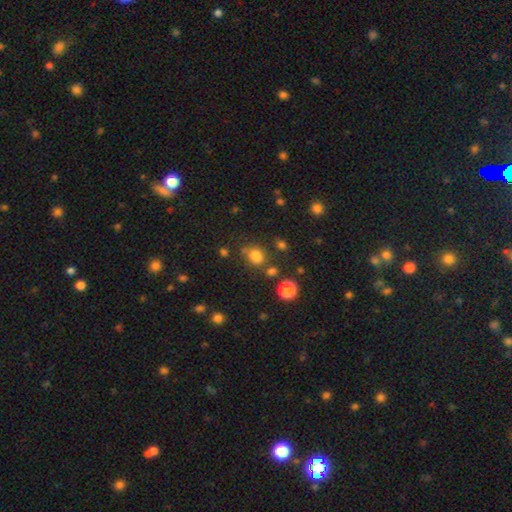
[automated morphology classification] A smooth galaxy with no disk features (77%) that is in between round and cigar-shaped (53%).

Vote fractions:
- Smooth or featured? smooth: 77% / star or artifact: 16% / featured or disk: 7%
- How rounded? in between: 53% / round: 46% / cigar-shaped: 1%
- Merging? none: 60% / minor disturbance: 19% / merger: 12% / major disturbance: 8%